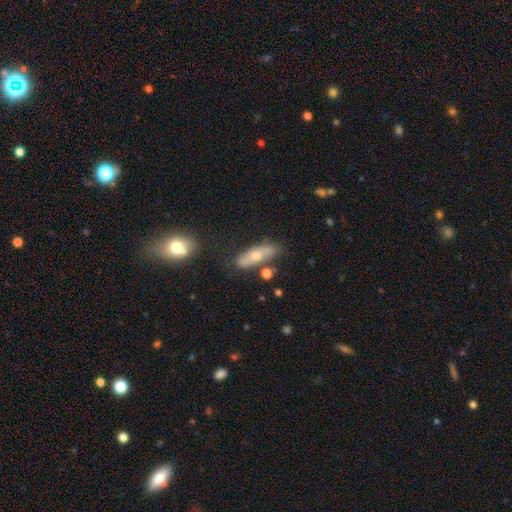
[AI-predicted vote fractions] Smooth or featured? Predicted: smooth (p=0.55). How rounded? Predicted: in between (p=0.54). Merging? Predicted: none (p=0.74).